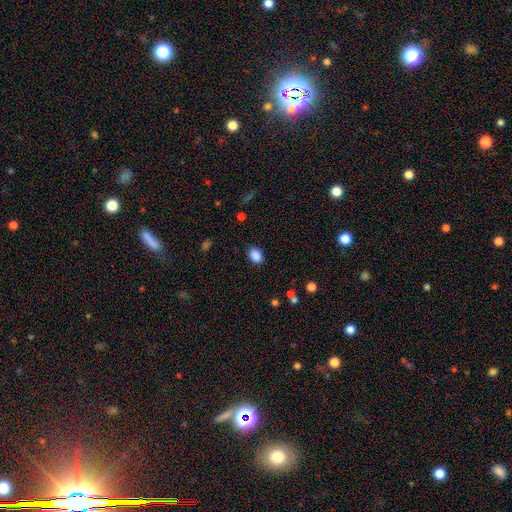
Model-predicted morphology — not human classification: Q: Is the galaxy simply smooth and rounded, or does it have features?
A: smooth — 87%.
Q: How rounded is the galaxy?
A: in between — 70%.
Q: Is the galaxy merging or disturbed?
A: none — 85%.